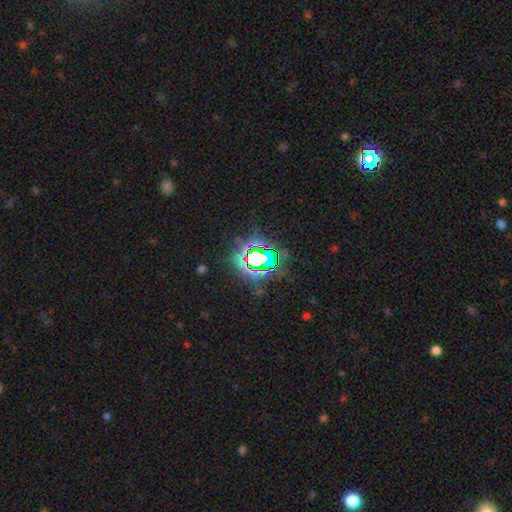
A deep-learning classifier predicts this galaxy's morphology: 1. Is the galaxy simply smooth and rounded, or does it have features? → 80% star or artifact, 12% smooth, 8% featured or disk.